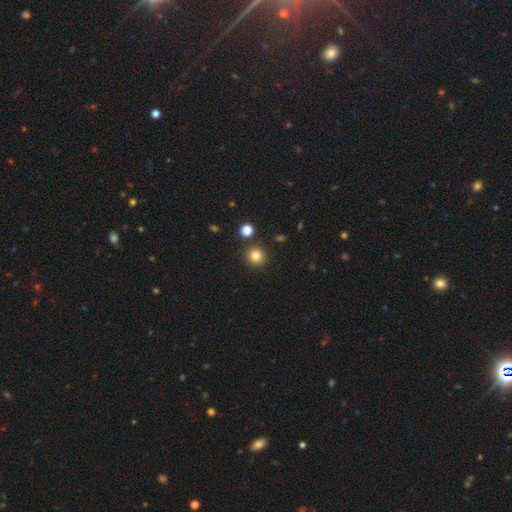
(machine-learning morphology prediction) Smooth or featured? Predicted: smooth (p=0.81). How rounded? Predicted: round (p=0.92). Merging? Predicted: none (p=0.89).